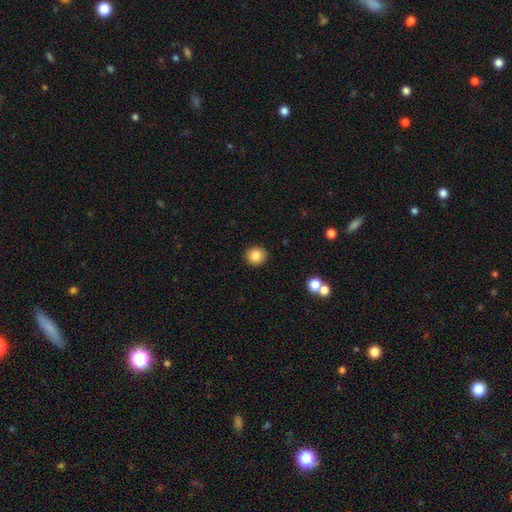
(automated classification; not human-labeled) This is clearly a smooth galaxy (86%). How rounded: clearly round (88%). Merging: clearly none (92%).